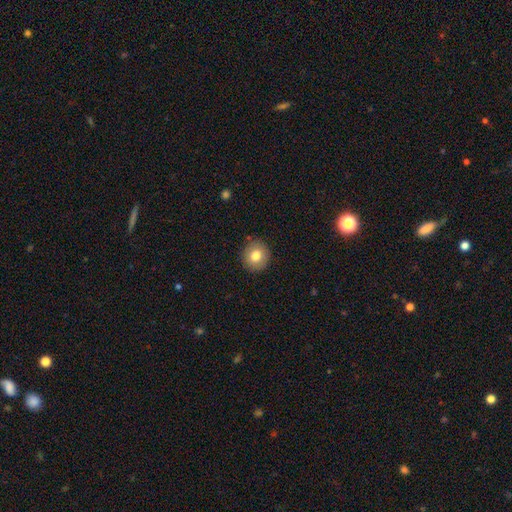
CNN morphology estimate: smooth-or-featured: smooth: 80% | featured or disk: 11% | star or artifact: 9%
  how-rounded: round: 89% | in between: 11% | cigar-shaped: 1%
  merging: none: 90% | minor disturbance: 7% | major disturbance: 2% | merger: 1%